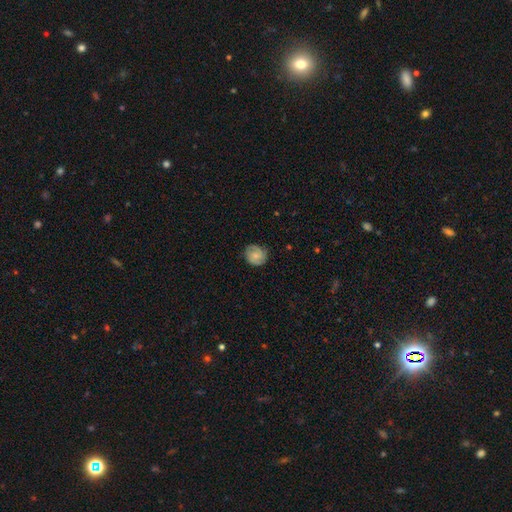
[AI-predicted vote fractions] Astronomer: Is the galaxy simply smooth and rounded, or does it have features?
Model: smooth — 50% (runner-up: featured or disk, 42%).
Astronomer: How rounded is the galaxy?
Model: round — 80%.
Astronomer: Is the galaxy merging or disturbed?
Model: none — 76%.